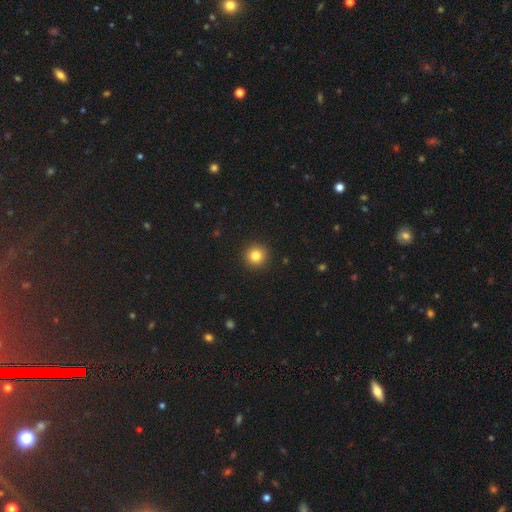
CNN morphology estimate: The model was most divided on "smooth or featured": smooth: 83%, star or artifact: 11%, featured or disk: 6%. More confident: how rounded — round (95%); merging — none (93%).